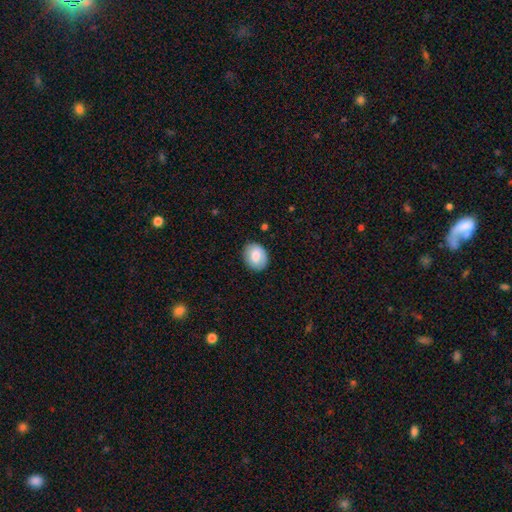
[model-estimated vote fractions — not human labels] Smooth or featured: smooth — 78% (featured or disk — 15%)
How rounded: in between — 53% (round — 46%)
Merging: none — 84% (minor disturbance — 12%)